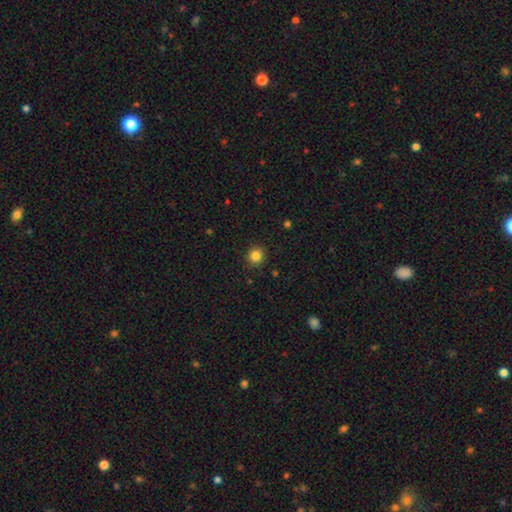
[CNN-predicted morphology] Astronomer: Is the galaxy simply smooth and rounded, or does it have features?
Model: smooth — 84%.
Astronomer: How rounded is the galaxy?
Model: round — 92%.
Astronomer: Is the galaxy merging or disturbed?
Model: none — 91%.